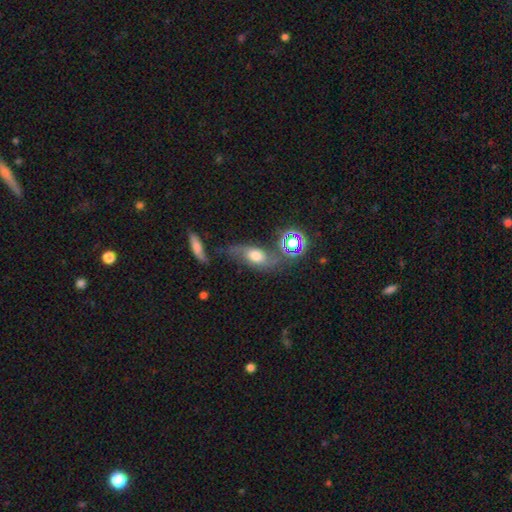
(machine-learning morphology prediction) A featured or disk galaxy (46%).

Vote fractions:
- Smooth or featured? featured or disk: 46% / smooth: 39% / star or artifact: 16%
- Merging? none: 50% / minor disturbance: 23% / major disturbance: 15% / merger: 12%